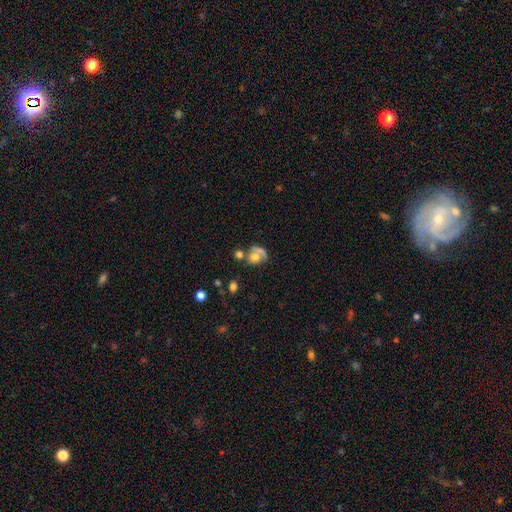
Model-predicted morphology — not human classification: This is possibly a smooth galaxy (51%). How rounded: likely round (66%). Merging: marginally merger (35%).